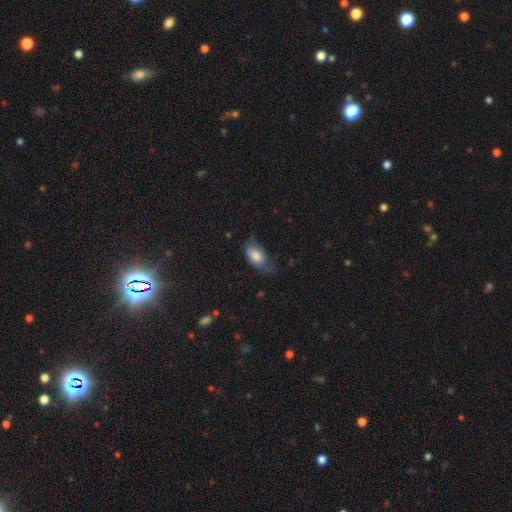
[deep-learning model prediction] Smooth or featured?
  - smooth: 80% *
  - featured or disk: 13%
  - star or artifact: 7%
How rounded?
  - in between: 91% *
  - round: 6%
  - cigar-shaped: 3%
Merging?
  - none: 42% *
  - minor disturbance: 37%
  - major disturbance: 20%
  - merger: 2%